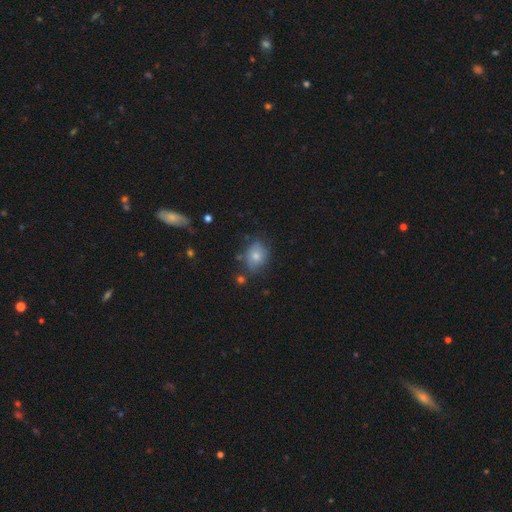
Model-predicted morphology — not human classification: Overall: smooth (76%). How rounded: in between (55%; round 44%). Merging: none (70%).